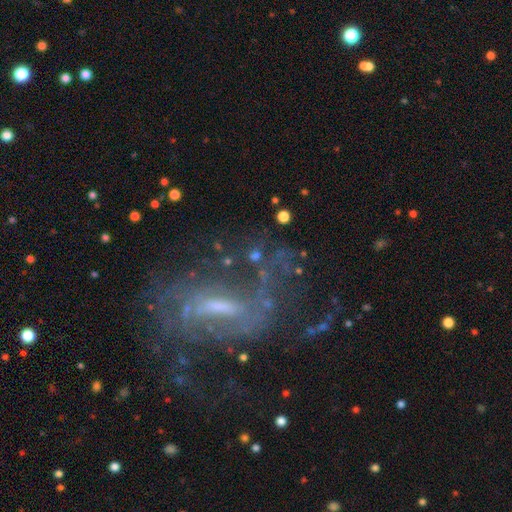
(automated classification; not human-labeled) Overall: featured or disk (62%). Edge-on disk: no (90%). Bar: strong (36%, tied with weak). Spiral arms: yes (68%; no 32%). Bulge size: moderate (41%; small 28%). Merging: none (60%).